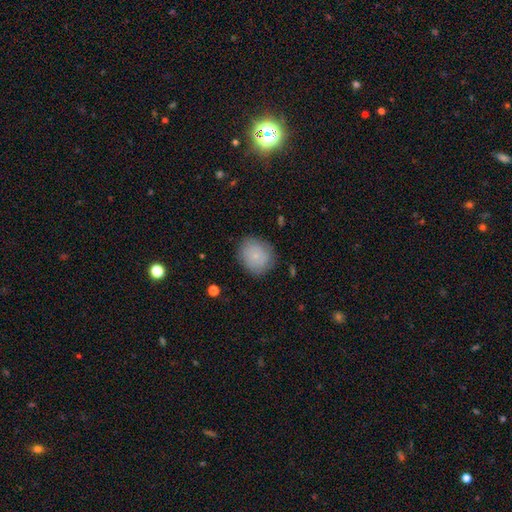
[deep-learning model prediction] Smooth or featured: smooth — 75% (featured or disk — 17%)
How rounded: round — 75% (in between — 24%)
Merging: none — 81% (minor disturbance — 14%)